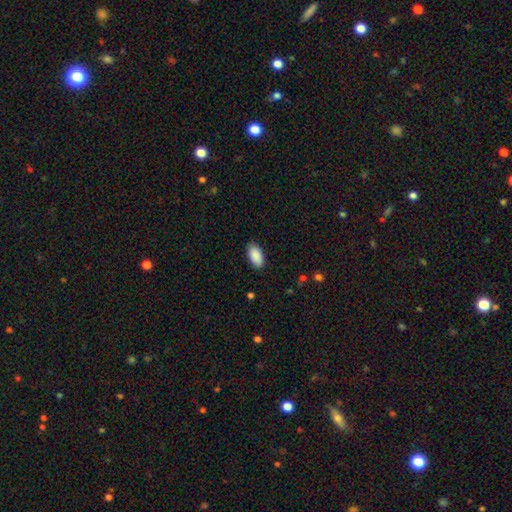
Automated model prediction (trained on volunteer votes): Smooth or featured: smooth — 90% (star or artifact — 6%)
How rounded: in between — 95% (cigar-shaped — 3%)
Merging: none — 87% (minor disturbance — 9%)